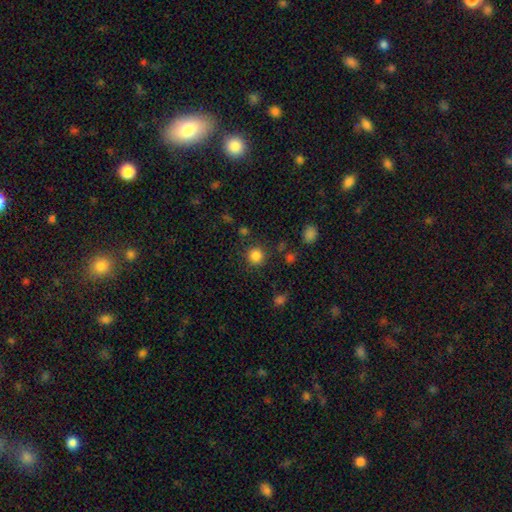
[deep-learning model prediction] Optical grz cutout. It shows a smooth galaxy with no disk features (84%) that is round (94%). Merging: none (86%).